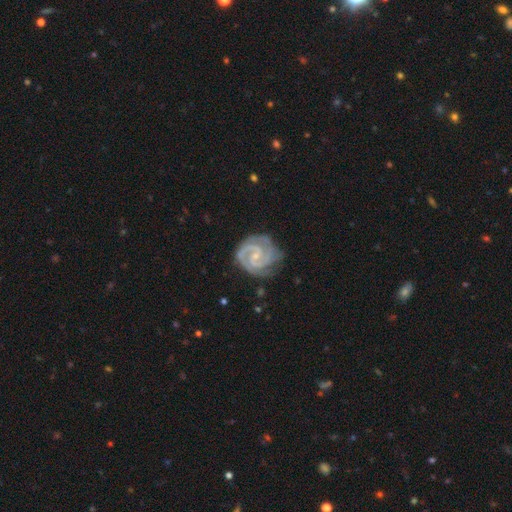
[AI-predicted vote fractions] featured or disk 93%, star or artifact 4%, smooth 4%. Down the decision tree: edge-on disk — no (98%); bar — weak (44%); spiral arms — yes (99%); spiral arm count — 2 (76%); spiral winding — tight (66%); bulge size — small (73%); merging — none (73%).